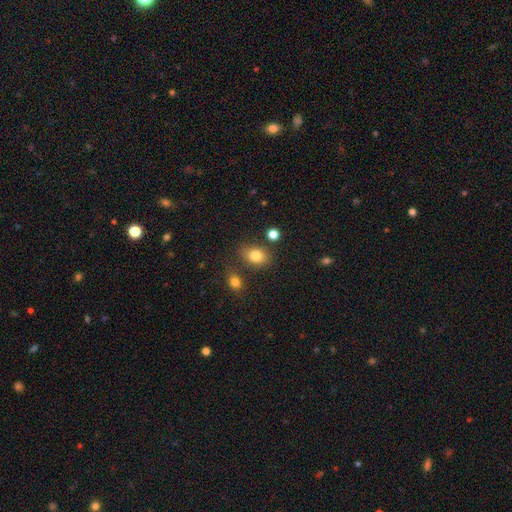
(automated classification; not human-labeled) smooth-or-featured: smooth: 82% | star or artifact: 11% | featured or disk: 8%
  how-rounded: in between: 63% | round: 36% | cigar-shaped: 1%
  merging: none: 74% | minor disturbance: 14% | merger: 8% | major disturbance: 4%